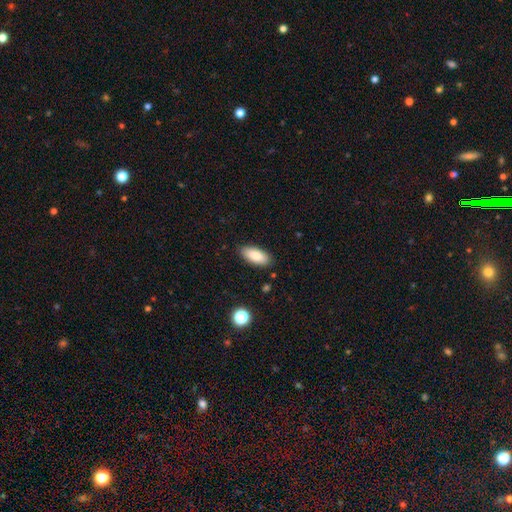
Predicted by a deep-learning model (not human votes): smooth-or-featured: smooth: 86% | featured or disk: 7% | star or artifact: 7%
  how-rounded: in between: 86% | cigar-shaped: 12% | round: 2%
  merging: none: 87% | minor disturbance: 9% | major disturbance: 2% | merger: 1%